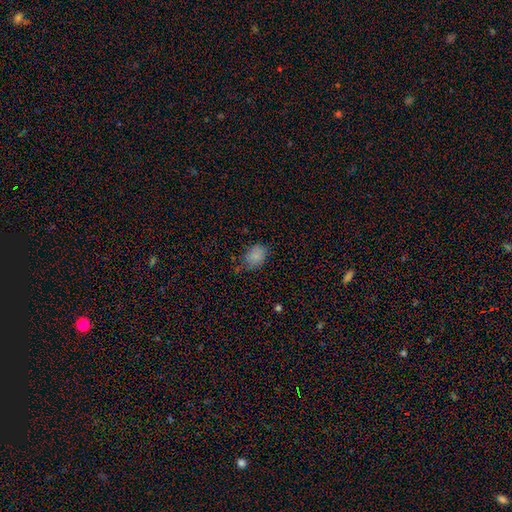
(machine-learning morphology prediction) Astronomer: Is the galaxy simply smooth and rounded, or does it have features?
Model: smooth — 81%.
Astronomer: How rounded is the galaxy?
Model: in between — 73%.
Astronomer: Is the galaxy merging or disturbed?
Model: none — 66%.